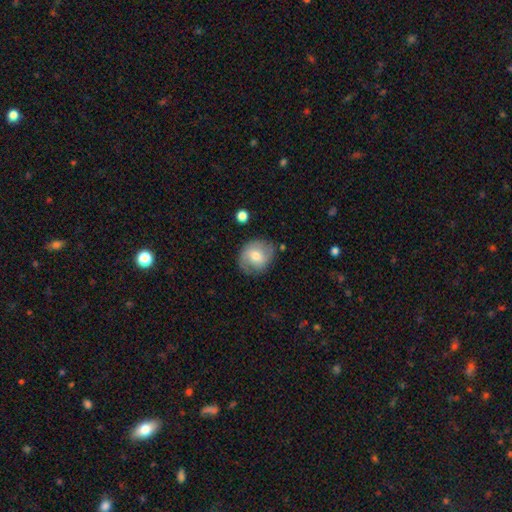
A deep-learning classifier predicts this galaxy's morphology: Smooth or featured? Predicted: smooth (p=0.49). Merging? Predicted: none (p=0.72).